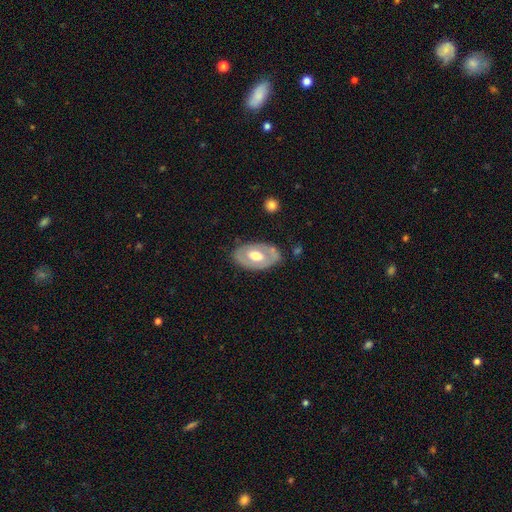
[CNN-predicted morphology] Q: Smooth or featured?
A: featured or disk (54%); runner-up: smooth (41%)
Q: Edge-on disk?
A: no (90%); runner-up: yes (10%)
Q: Merging?
A: none (75%); runner-up: minor disturbance (17%)